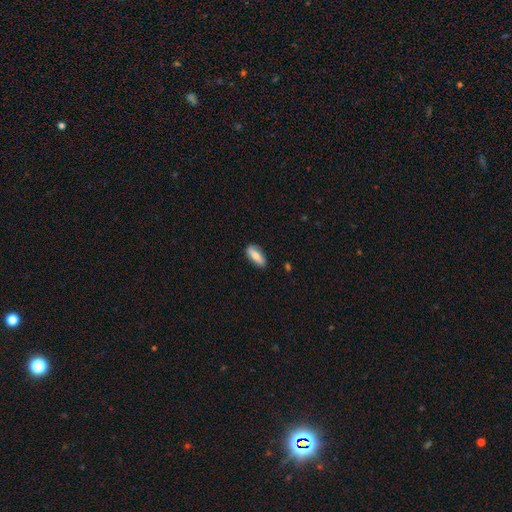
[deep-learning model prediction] This is likely a smooth galaxy (68%). How rounded: likely in between (71%). Merging: clearly none (85%).